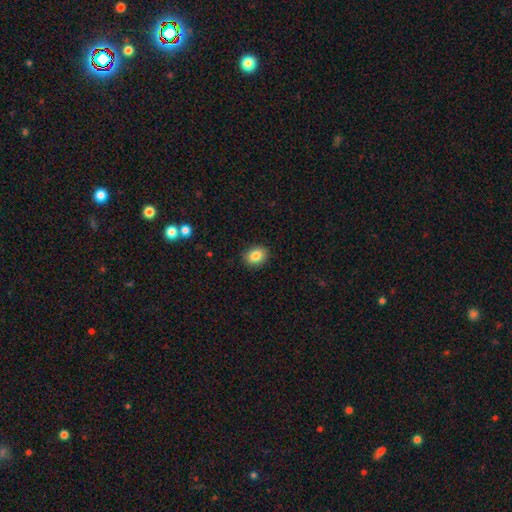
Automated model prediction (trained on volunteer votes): Smooth or featured? smooth (85%)
How rounded? in between (54%)
Merging? none (90%)